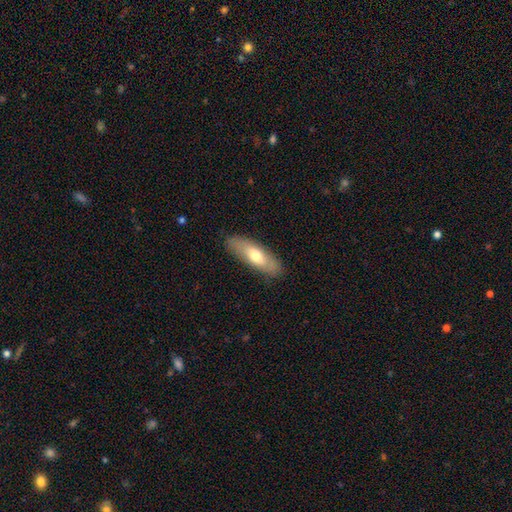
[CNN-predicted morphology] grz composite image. It shows a smooth galaxy with no disk features (64%) that is in between round and cigar-shaped (57%). Merging: none (85%).